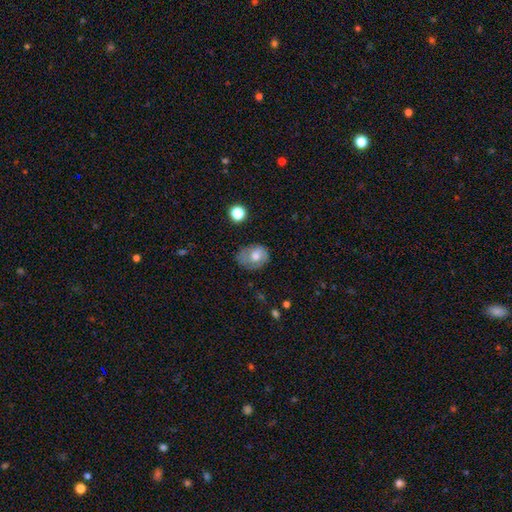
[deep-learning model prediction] Overall: smooth (66%; featured or disk 26%). How rounded: in between (62%; round 37%). Merging: none (58%; minor disturbance 29%).